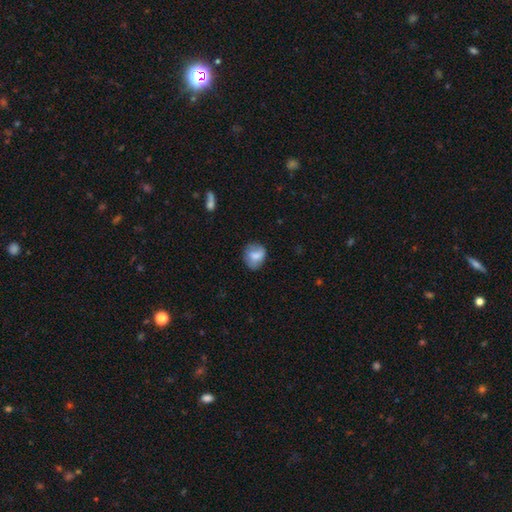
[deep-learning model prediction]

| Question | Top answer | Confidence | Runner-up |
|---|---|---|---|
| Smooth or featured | smooth | 71% | featured or disk (21%) |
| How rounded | round | 62% | in between (37%) |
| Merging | none | 67% | minor disturbance (24%) |